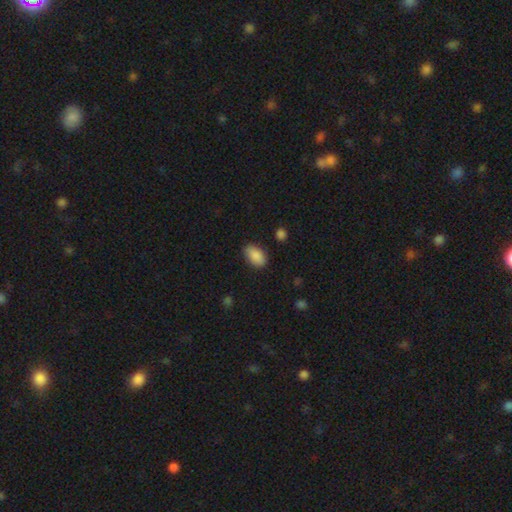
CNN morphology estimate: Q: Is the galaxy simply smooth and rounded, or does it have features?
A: smooth — 89%.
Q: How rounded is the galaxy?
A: in between — 92%.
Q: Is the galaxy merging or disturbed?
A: none — 83%.